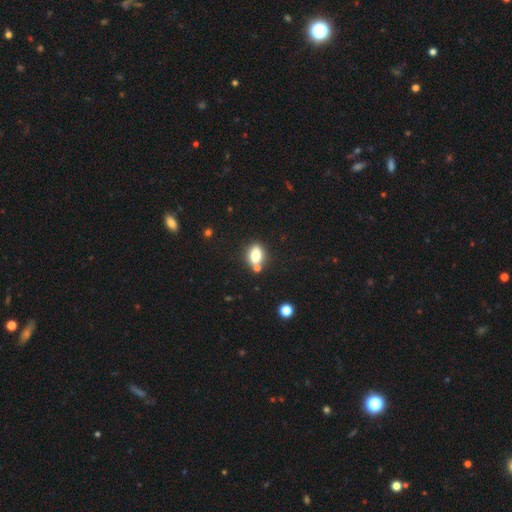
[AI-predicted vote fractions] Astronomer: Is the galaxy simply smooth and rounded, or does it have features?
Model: smooth — 79%.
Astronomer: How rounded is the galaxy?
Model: in between — 76%.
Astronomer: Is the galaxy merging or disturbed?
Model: none — 66%.